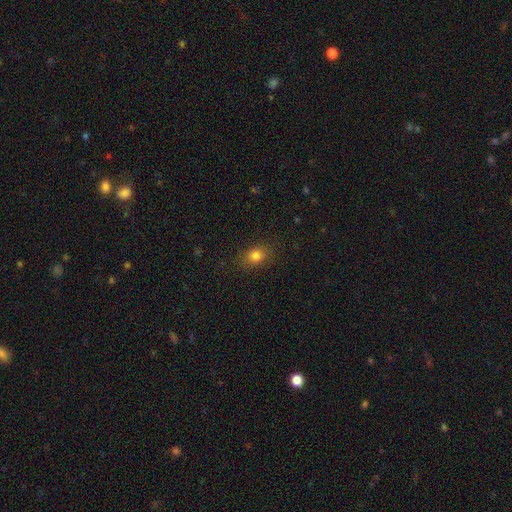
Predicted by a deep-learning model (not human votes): smooth-or-featured: smooth: 80% | star or artifact: 13% | featured or disk: 7%
  how-rounded: in between: 56% | round: 42% | cigar-shaped: 2%
  merging: none: 84% | minor disturbance: 11% | major disturbance: 3% | merger: 1%